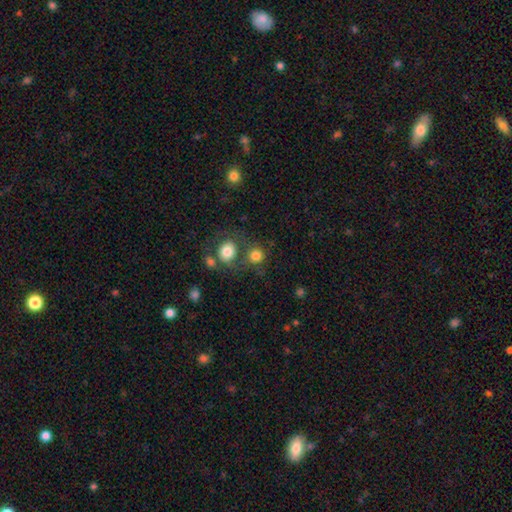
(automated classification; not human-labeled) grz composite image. It shows a smooth galaxy with no disk features (80%) that is round (86%). Merging: none (60%).